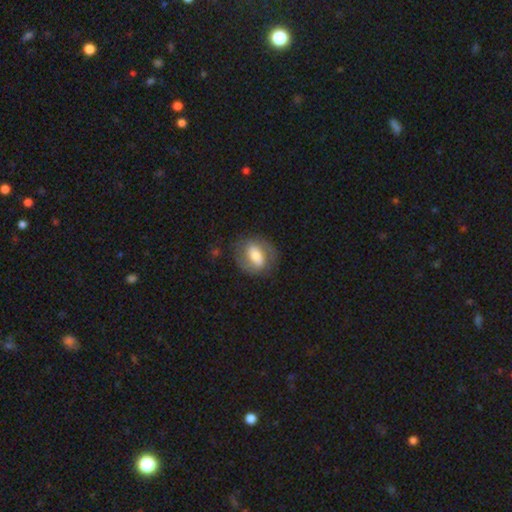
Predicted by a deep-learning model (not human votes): The model was most divided on "smooth or featured" (2-way tie): featured or disk: 47%, smooth: 47%, star or artifact: 7%. More confident: merging — none (74%).